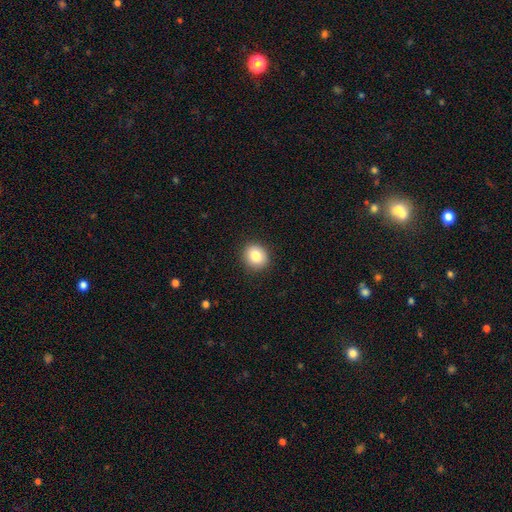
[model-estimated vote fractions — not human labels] A smooth galaxy with no disk features (84%) that is round (76%). Merging: none (91%).